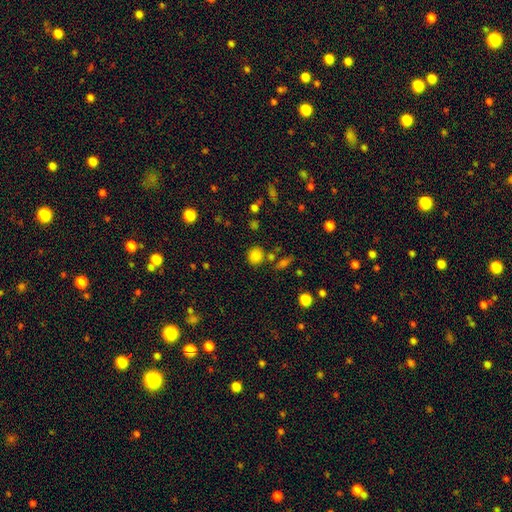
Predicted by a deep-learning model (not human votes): Q: Smooth or featured?
A: smooth (81%); runner-up: star or artifact (14%)
Q: How rounded?
A: round (83%); runner-up: in between (16%)
Q: Merging?
A: none (76%); runner-up: minor disturbance (11%)